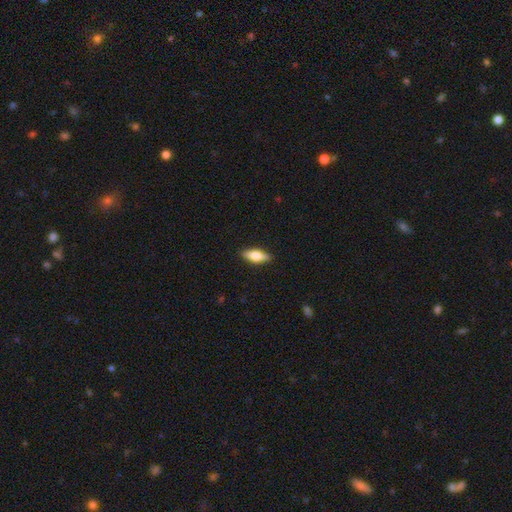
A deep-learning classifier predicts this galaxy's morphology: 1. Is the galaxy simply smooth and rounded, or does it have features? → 65% smooth, 29% featured or disk, 6% star or artifact.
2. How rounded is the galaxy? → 67% in between, 30% cigar-shaped, 3% round.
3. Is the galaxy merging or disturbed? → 88% none, 9% minor disturbance, 2% major disturbance, 1% merger.